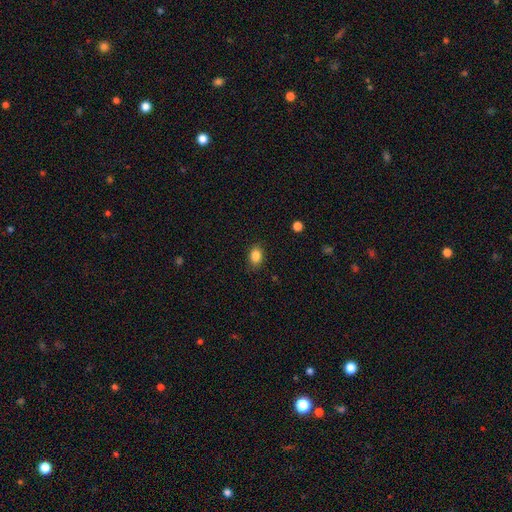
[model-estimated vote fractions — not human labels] Smooth or featured?
  - smooth: 86% *
  - star or artifact: 9%
  - featured or disk: 5%
How rounded?
  - in between: 73% *
  - round: 26%
  - cigar-shaped: 1%
Merging?
  - none: 86% *
  - minor disturbance: 10%
  - major disturbance: 3%
  - merger: 1%